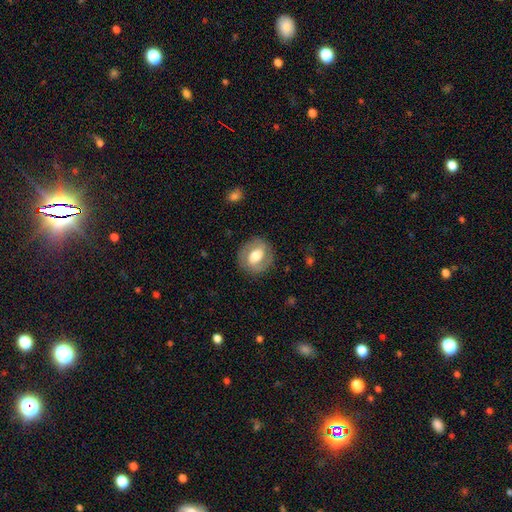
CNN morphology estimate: This is likely a featured or disk galaxy (62%). It is clearly not viewed edge-on (96%). Bar: marginally weak (41%). Spiral arm pattern: likely yes (72%). Central bulge: possibly moderate (52%). Merging: clearly none (82%).